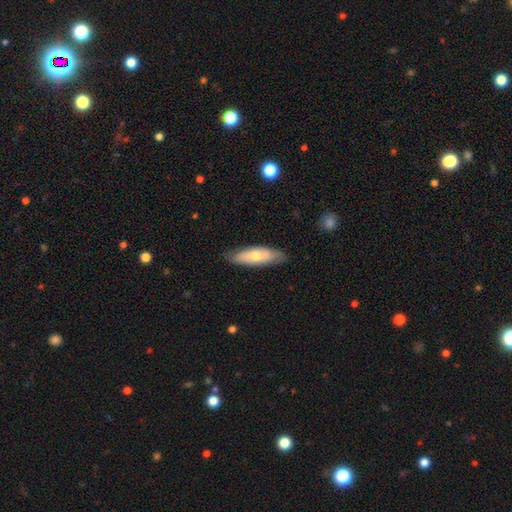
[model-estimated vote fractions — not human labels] smooth_or_featured: smooth (p=0.58) [alt: featured or disk p=0.37]
how_rounded: in between (p=0.50) [alt: cigar-shaped p=0.48]
merging: none (p=0.81) [alt: minor disturbance p=0.16]